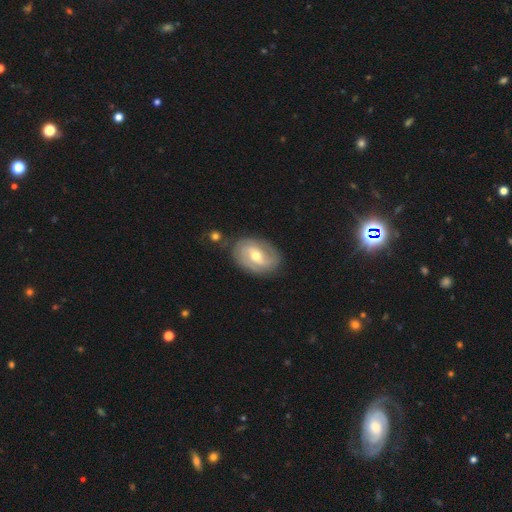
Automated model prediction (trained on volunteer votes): This is likely a featured or disk galaxy (78%). It is clearly not viewed edge-on (96%). Bar: possibly weak (47%). Spiral arm pattern: clearly yes (89%). Spiral arm count: likely 2 (63%). Spiral winding: possibly tight (52%). Central bulge: likely moderate (71%). Merging: likely none (78%).